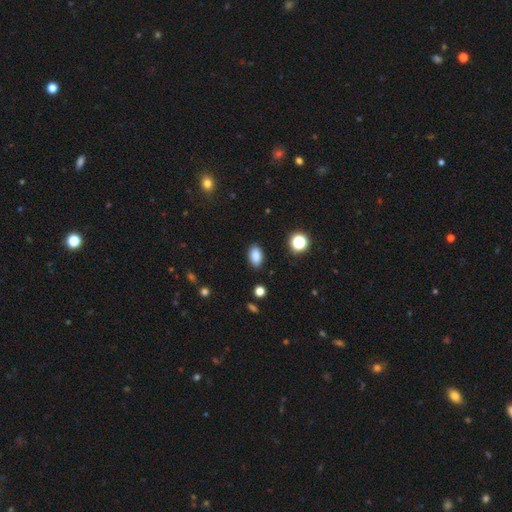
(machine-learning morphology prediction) A smooth galaxy with no disk features (85%) that is in between round and cigar-shaped (90%). Merging: none (87%).